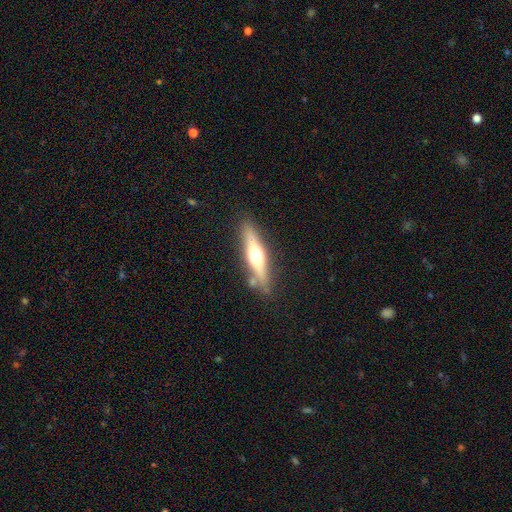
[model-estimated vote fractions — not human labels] Smooth or featured: featured or disk — 58% (smooth — 36%)
Edge-on disk: yes — 91% (no — 9%)
Edge-on bulge: rounded — 93% (boxy — 4%)
Merging: none — 79% (minor disturbance — 12%)